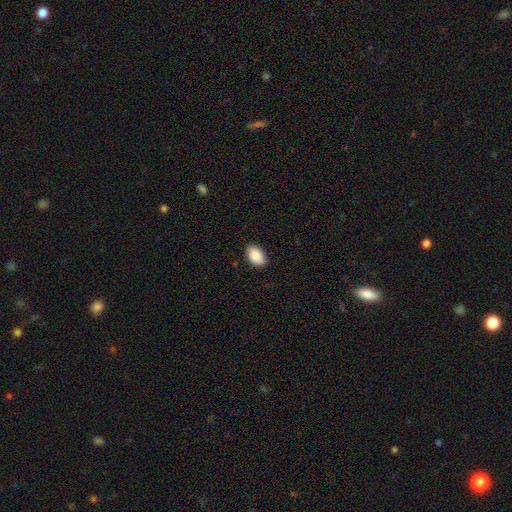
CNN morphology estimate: Smooth or featured? smooth (89%)
How rounded? in between (91%)
Merging? none (88%)